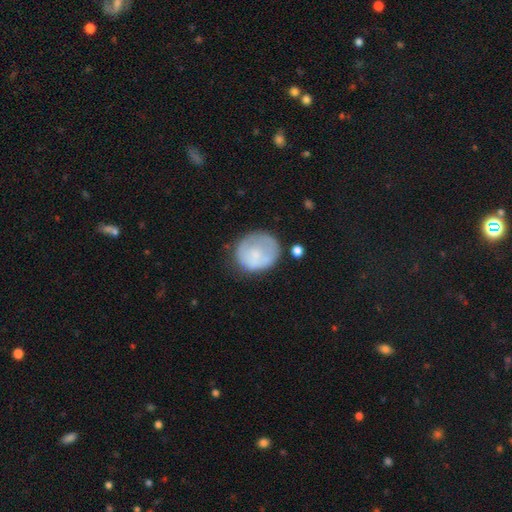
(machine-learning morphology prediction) smooth_or_featured: smooth (p=0.65) [alt: featured or disk p=0.28]
how_rounded: round (p=0.75) [alt: in between p=0.24]
merging: none (p=0.55) [alt: minor disturbance p=0.27]